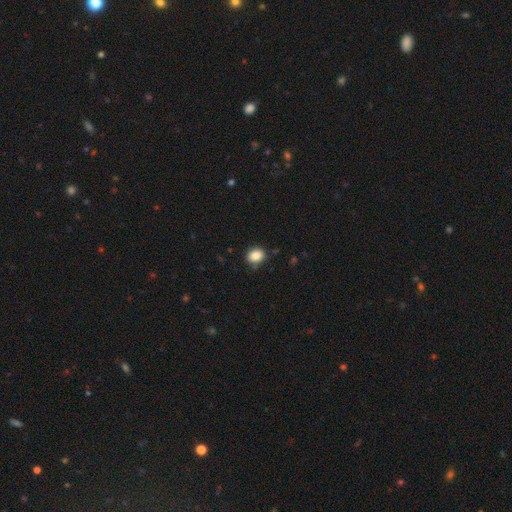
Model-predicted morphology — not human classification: This appears to be a smooth galaxy with no disk features (86%) that is round (51%). Merging: none (81%).